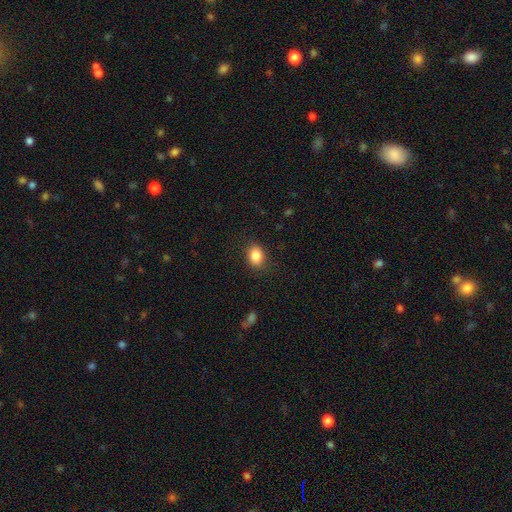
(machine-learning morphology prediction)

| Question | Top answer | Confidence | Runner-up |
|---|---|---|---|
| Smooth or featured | smooth | 86% | star or artifact (9%) |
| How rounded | in between | 63% | round (36%) |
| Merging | none | 83% | minor disturbance (12%) |